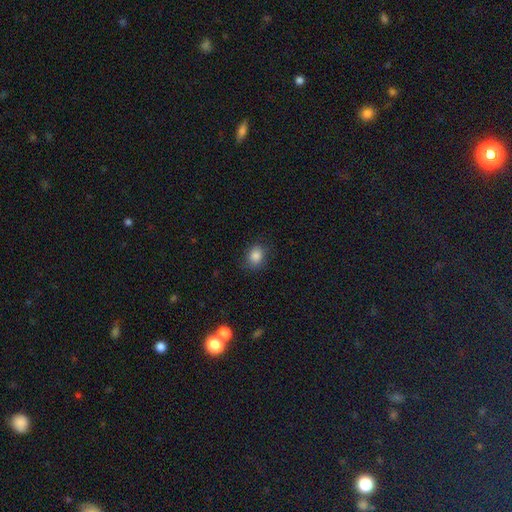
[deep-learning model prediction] A smooth galaxy with no disk features (85%) that is round (54%). Merging: none (81%).